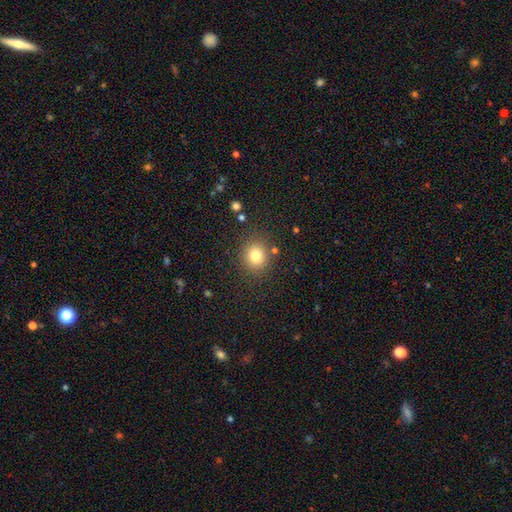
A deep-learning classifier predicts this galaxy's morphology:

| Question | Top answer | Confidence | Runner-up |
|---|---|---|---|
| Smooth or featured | smooth | 81% | star or artifact (12%) |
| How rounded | round | 81% | in between (18%) |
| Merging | none | 84% | minor disturbance (9%) |